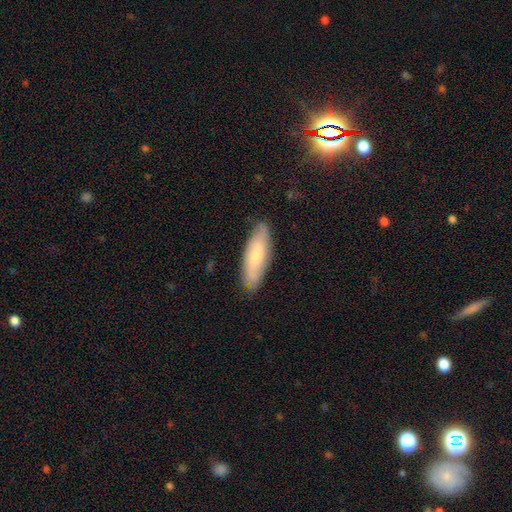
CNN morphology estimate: Q: Smooth or featured?
A: smooth (64%); runner-up: featured or disk (29%)
Q: How rounded?
A: in between (52%); runner-up: cigar-shaped (46%)
Q: Merging?
A: none (82%); runner-up: minor disturbance (15%)